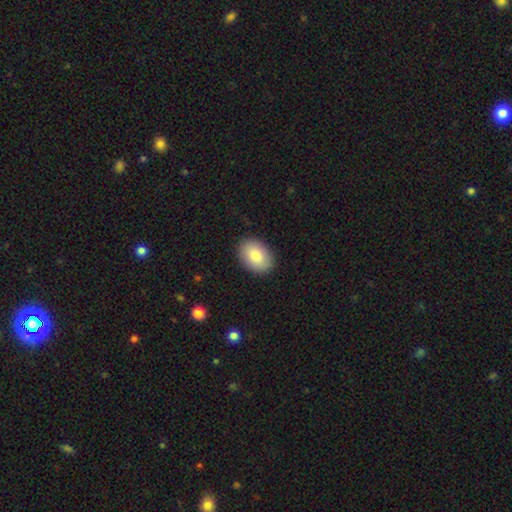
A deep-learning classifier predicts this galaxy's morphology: The model was most divided on "how rounded": in between: 85%, round: 14%, cigar-shaped: 1%. More confident: merging — none (89%); smooth or featured — smooth (87%).